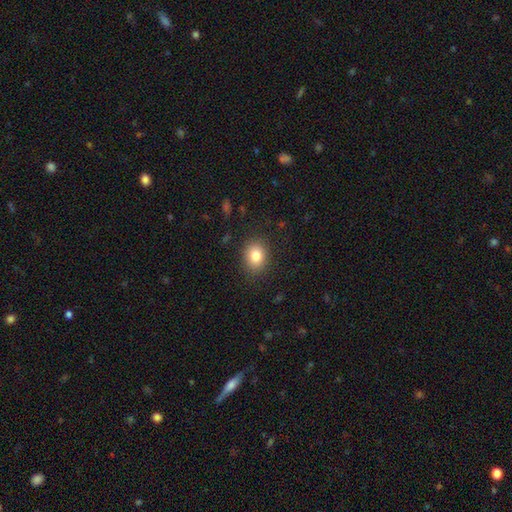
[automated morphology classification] Overall: smooth (81%). How rounded: round (53%; in between 46%). Merging: none (87%).